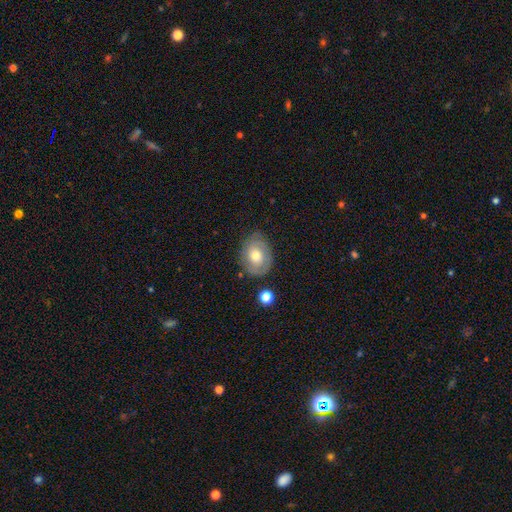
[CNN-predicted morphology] type=smooth (51%); roundness=in between (60%); merging=none (74%).